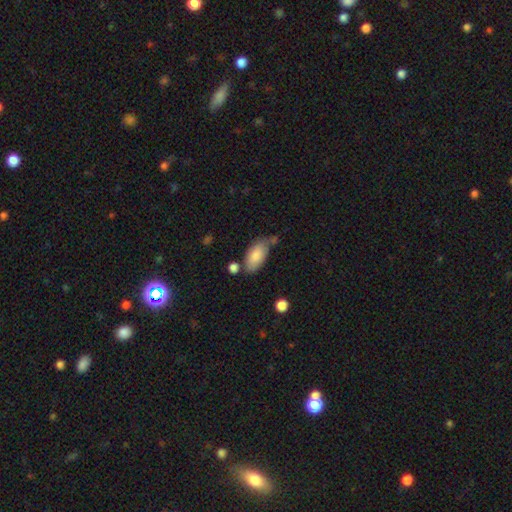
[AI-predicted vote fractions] A smooth galaxy with no disk features (83%) that is in between round and cigar-shaped (93%). Merging: none (51%).